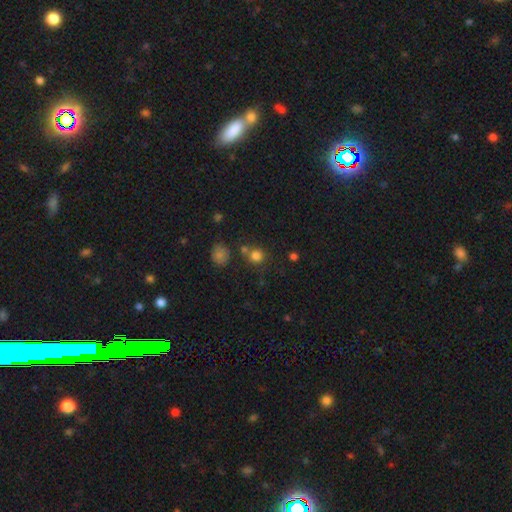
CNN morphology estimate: Smooth or featured?
  - smooth: 79% *
  - star or artifact: 15%
  - featured or disk: 6%
How rounded?
  - round: 88% *
  - in between: 11%
  - cigar-shaped: 1%
Merging?
  - none: 65% *
  - merger: 20%
  - minor disturbance: 11%
  - major disturbance: 5%